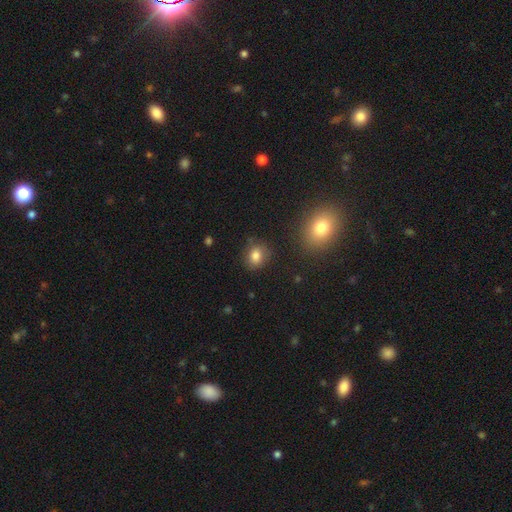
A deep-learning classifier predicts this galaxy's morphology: Smooth or featured?
  - smooth: 81% *
  - star or artifact: 11%
  - featured or disk: 8%
How rounded?
  - round: 60% *
  - in between: 39%
  - cigar-shaped: 1%
Merging?
  - none: 78% *
  - minor disturbance: 15%
  - major disturbance: 4%
  - merger: 3%